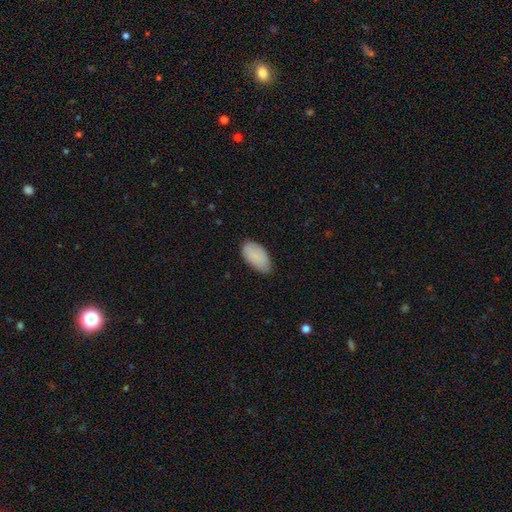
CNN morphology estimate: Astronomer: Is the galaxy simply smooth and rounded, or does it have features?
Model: smooth — 86%.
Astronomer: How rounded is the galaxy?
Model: in between — 95%.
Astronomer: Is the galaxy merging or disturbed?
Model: none — 65%.